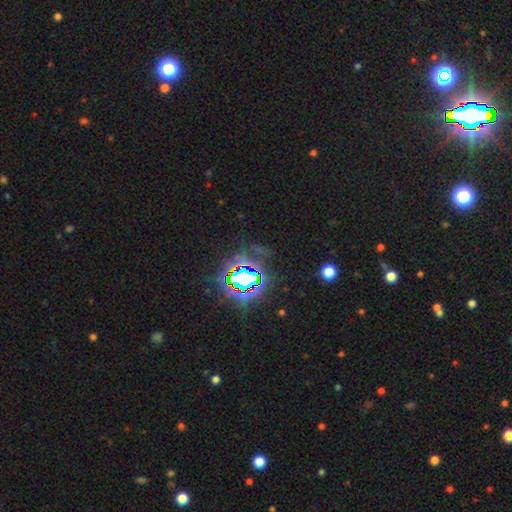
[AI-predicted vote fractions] star or artifact 84%, smooth 9%, featured or disk 7%.